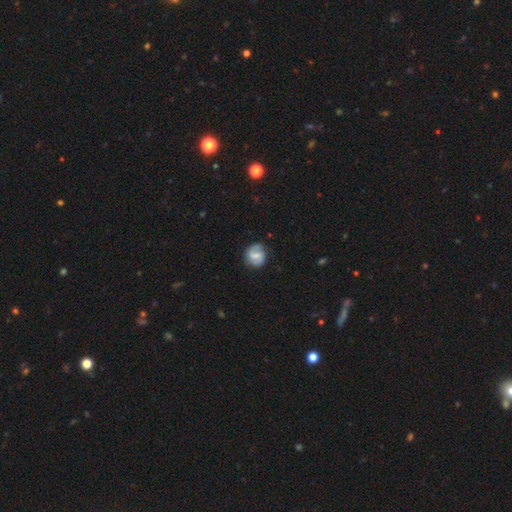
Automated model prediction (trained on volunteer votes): A featured or disk galaxy (62%) with a weak bar (54%), 2 (79%) medium (45%) spiral arms (90%) and a small central bulge (43%).

Vote fractions:
- Smooth or featured? featured or disk: 62% / smooth: 32% / star or artifact: 7%
- Edge-on disk? no: 98% / yes: 2%
- Bar? weak: 54% / no: 28% / strong: 18%
- Spiral arms? yes: 90% / no: 10%
- Spiral winding? medium: 45% / tight: 32% / loose: 23%
- Spiral arm count? 2: 79% / 1: 9% / can't tell: 9% / 3: 1% / 4: 1% / more than 4: 1%
- Bulge size? small: 43% / moderate: 38% / none: 15% / large: 3% / dominant: 1%
- Merging? none: 77% / minor disturbance: 16% / major disturbance: 5% / merger: 1%